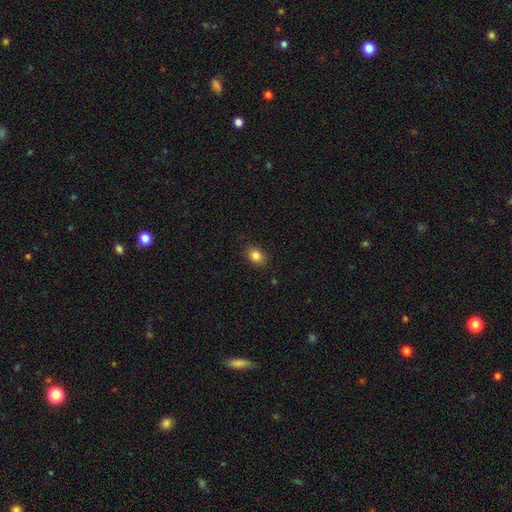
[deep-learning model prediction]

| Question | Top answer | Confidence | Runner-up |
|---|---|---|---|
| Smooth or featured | smooth | 85% | star or artifact (10%) |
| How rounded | in between | 60% | round (39%) |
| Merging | none | 87% | minor disturbance (9%) |